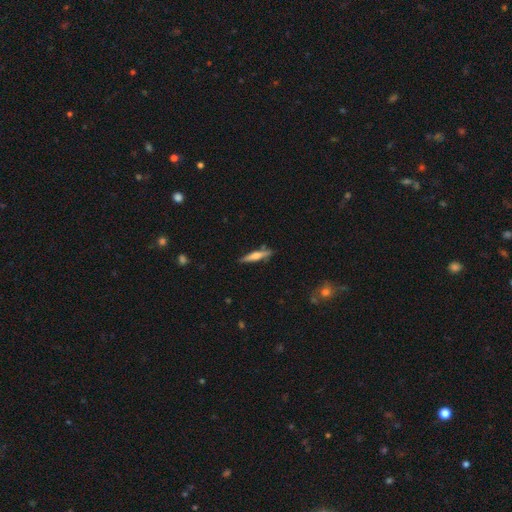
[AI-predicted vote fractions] Q: Smooth or featured?
A: smooth (49%); runner-up: featured or disk (45%)
Q: Merging?
A: none (83%); runner-up: minor disturbance (12%)